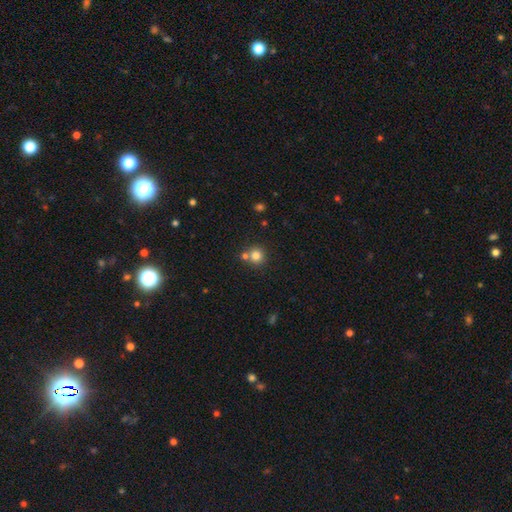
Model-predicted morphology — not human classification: Smooth or featured? Predicted: smooth (p=0.80). How rounded? Predicted: round (p=0.92). Merging? Predicted: none (p=0.66).